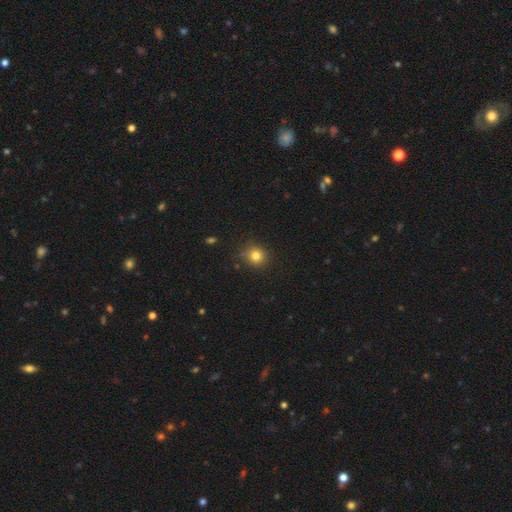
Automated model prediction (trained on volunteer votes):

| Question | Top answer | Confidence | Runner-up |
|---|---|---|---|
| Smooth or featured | smooth | 81% | star or artifact (13%) |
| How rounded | round | 87% | in between (12%) |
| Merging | none | 80% | minor disturbance (15%) |